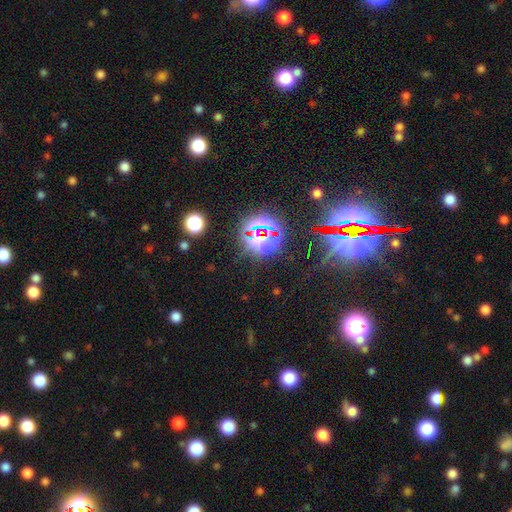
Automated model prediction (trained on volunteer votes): Smooth or featured? star or artifact (82%)